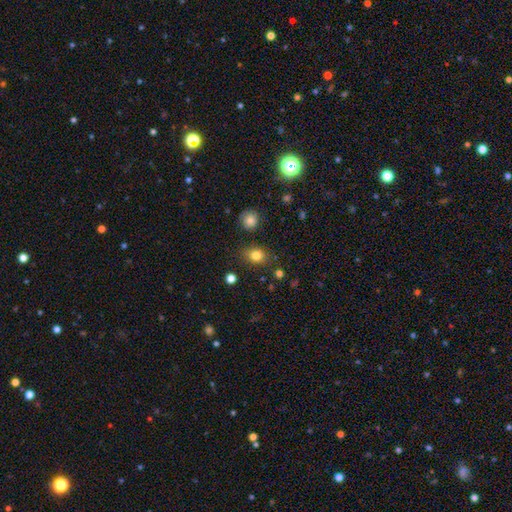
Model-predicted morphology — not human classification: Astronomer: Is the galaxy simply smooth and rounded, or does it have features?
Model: smooth — 81%.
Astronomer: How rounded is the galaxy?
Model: round — 51% (runner-up: in between, 48%).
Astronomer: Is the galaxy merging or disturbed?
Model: none — 81%.